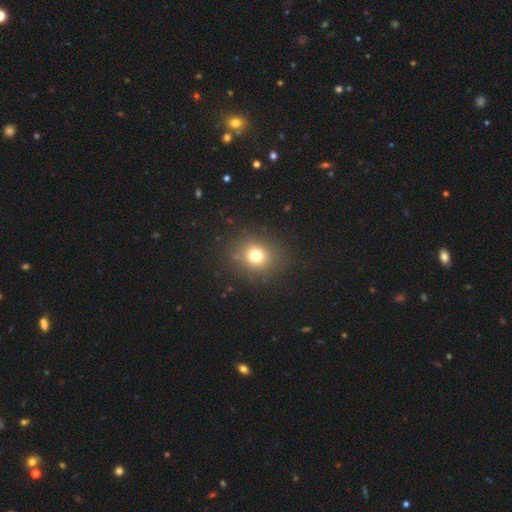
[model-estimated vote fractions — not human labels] This is likely a smooth galaxy (74%). How rounded: likely round (78%). Merging: clearly none (86%).